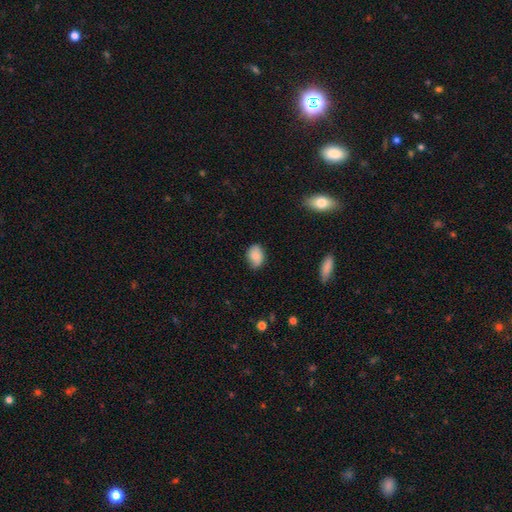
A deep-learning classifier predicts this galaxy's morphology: A smooth galaxy with no disk features (82%) that is in between round and cigar-shaped (72%).

Vote fractions:
- Smooth or featured? smooth: 82% / featured or disk: 10% / star or artifact: 8%
- How rounded? in between: 72% / round: 27% / cigar-shaped: 1%
- Merging? none: 72% / minor disturbance: 22% / major disturbance: 4% / merger: 1%